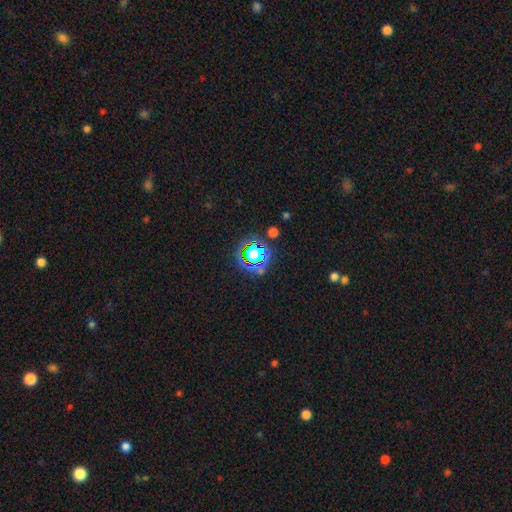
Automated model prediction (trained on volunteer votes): star or artifact 57%, smooth 31%, featured or disk 12%.